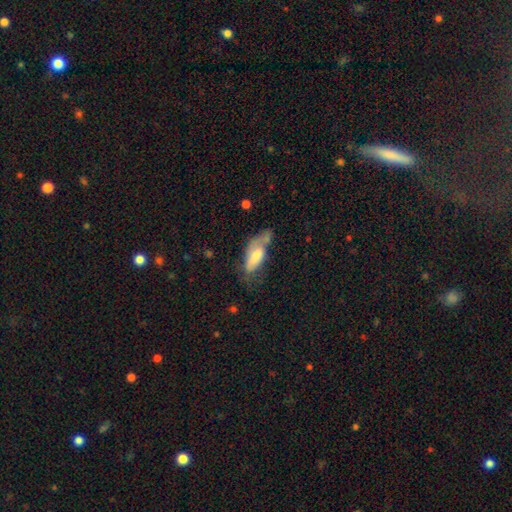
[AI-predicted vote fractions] Smooth or featured? Predicted: smooth (p=0.60). How rounded? Predicted: in between (p=0.76). Merging? Predicted: none (p=0.32).